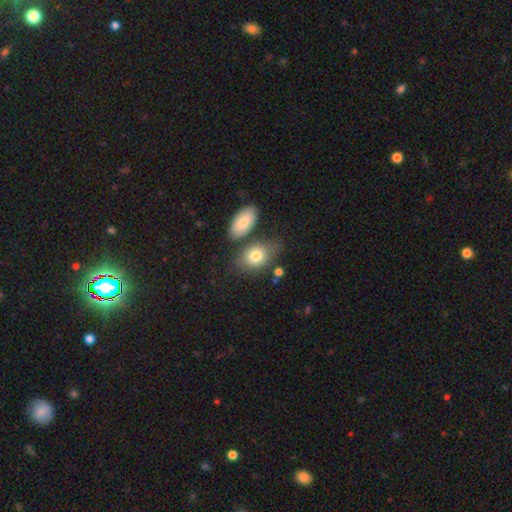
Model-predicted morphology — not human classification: This is likely a smooth galaxy (77%). How rounded: clearly in between (80%). Merging: possibly none (58%).